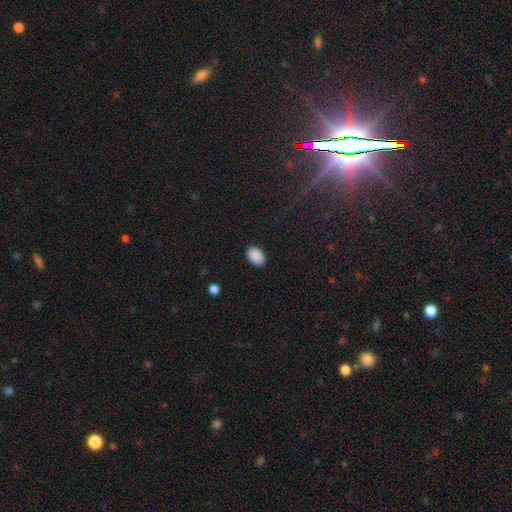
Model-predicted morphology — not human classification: Overall: smooth (90%). How rounded: in between (89%). Merging: none (89%).